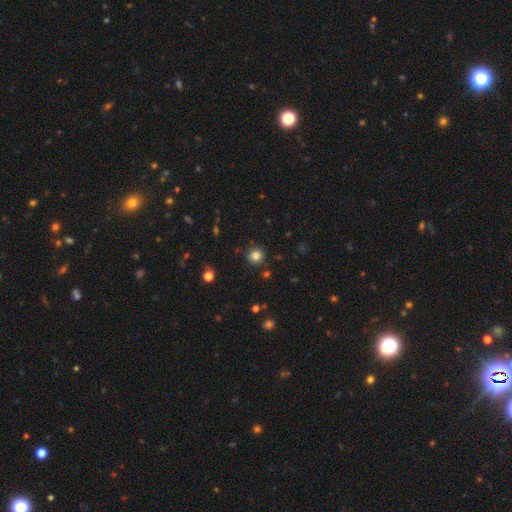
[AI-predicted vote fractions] Smooth or featured? smooth (83%)
How rounded? round (93%)
Merging? none (88%)